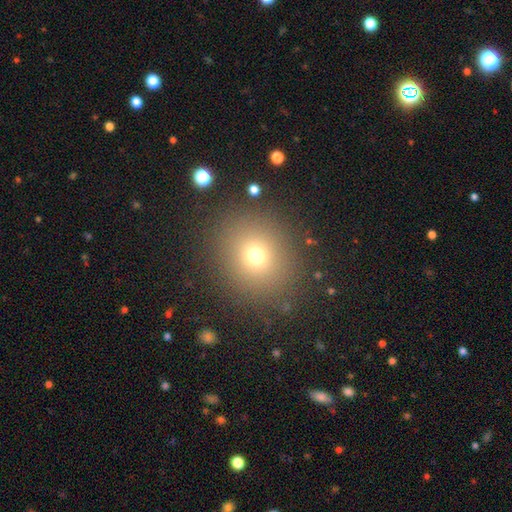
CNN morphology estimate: Q: Smooth or featured?
A: smooth (70%); runner-up: star or artifact (19%)
Q: How rounded?
A: round (84%); runner-up: in between (15%)
Q: Merging?
A: none (86%); runner-up: minor disturbance (7%)